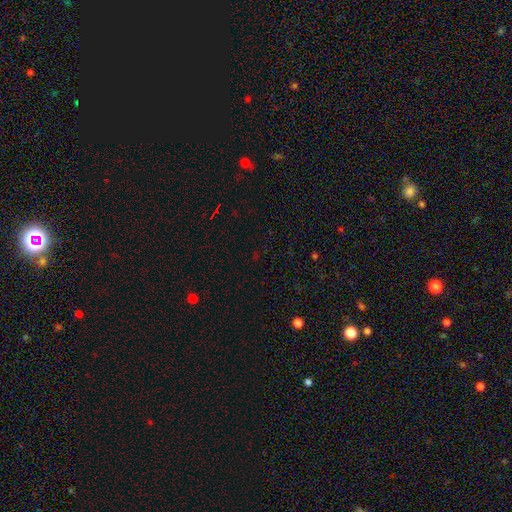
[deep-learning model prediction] smooth_or_featured: star or artifact (p=0.70) [alt: smooth p=0.23]